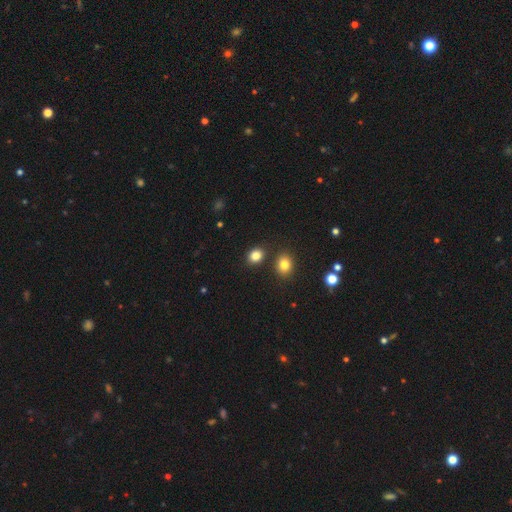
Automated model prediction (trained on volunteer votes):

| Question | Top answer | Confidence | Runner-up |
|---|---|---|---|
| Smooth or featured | smooth | 83% | star or artifact (12%) |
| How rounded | round | 59% | in between (40%) |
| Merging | none | 81% | minor disturbance (8%) |